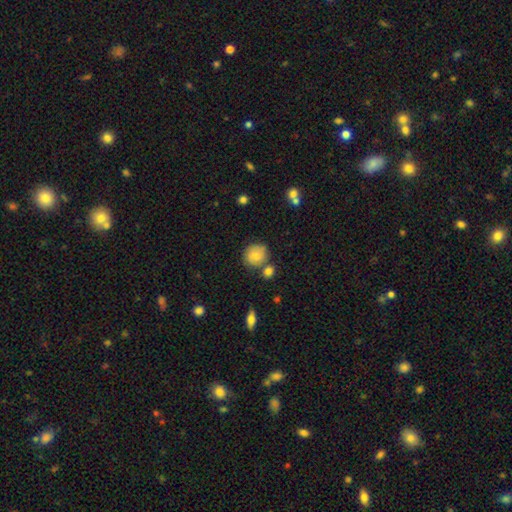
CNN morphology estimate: type=smooth (71%); roundness=round (83%); merging=none (65%).